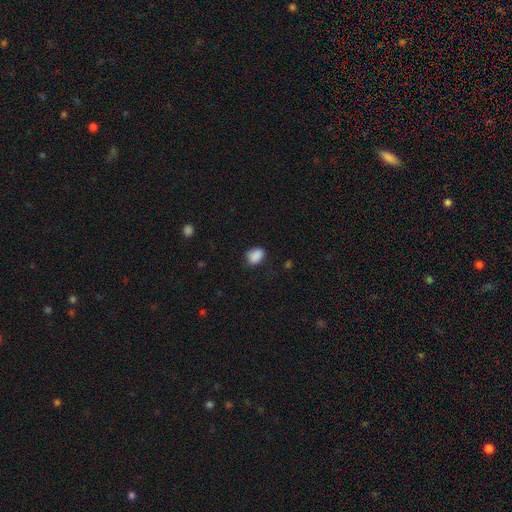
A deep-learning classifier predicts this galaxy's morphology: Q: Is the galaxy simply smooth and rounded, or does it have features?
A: smooth — 88%.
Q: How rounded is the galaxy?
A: in between — 73%.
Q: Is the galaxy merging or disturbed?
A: none — 75%.